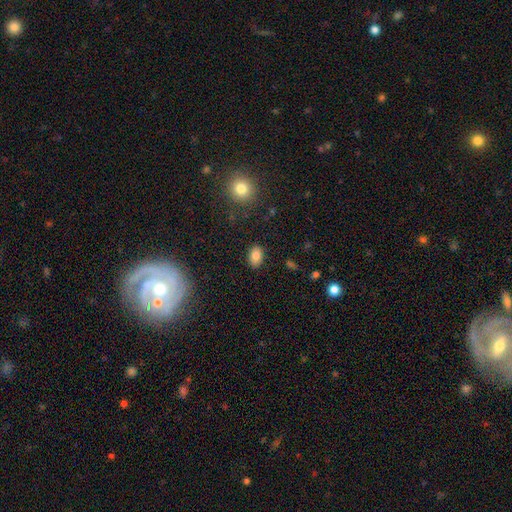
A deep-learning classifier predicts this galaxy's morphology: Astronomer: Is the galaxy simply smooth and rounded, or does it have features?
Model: smooth — 82%.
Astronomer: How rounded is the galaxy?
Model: in between — 81%.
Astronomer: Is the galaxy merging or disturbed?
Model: none — 86%.